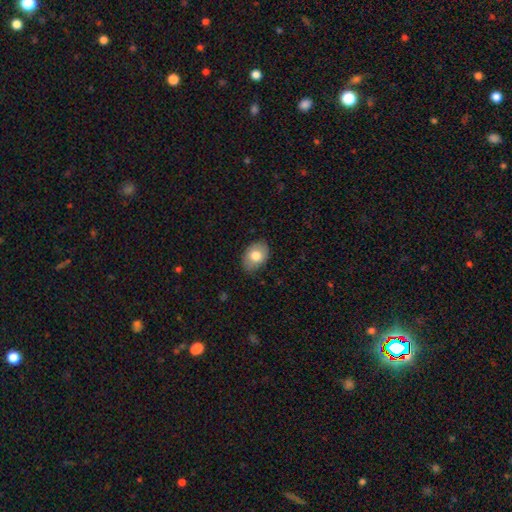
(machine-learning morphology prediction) Smooth or featured: smooth — 77% (featured or disk — 16%)
How rounded: in between — 81% (round — 18%)
Merging: none — 82% (minor disturbance — 14%)